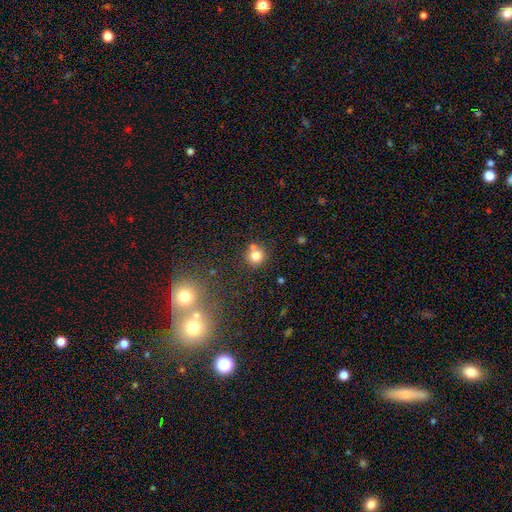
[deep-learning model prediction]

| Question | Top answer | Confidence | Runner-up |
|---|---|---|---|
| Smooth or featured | smooth | 78% | star or artifact (13%) |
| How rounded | round | 91% | in between (8%) |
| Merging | none | 66% | merger (20%) |